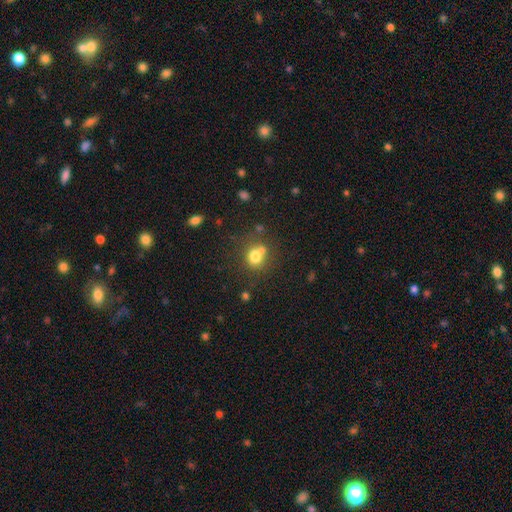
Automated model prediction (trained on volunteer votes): smooth 74%, star or artifact 14%, featured or disk 12%. Down the decision tree: how rounded — round (78%); merging — none (53%).